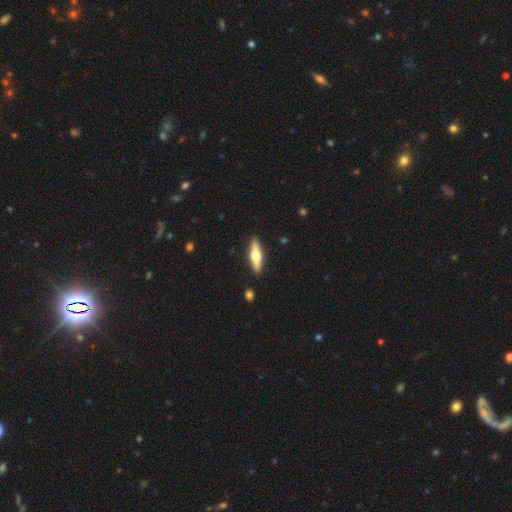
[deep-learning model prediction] The model was most divided on "smooth or featured": featured or disk: 50%, smooth: 45%, star or artifact: 5%. More confident: merging — none (90%).